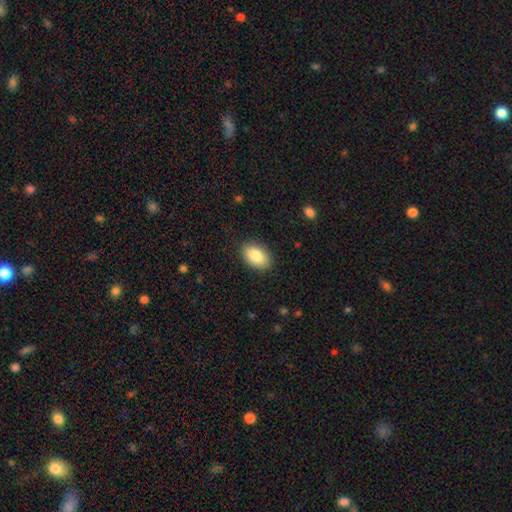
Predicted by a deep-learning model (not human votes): Overall: smooth (86%). How rounded: in between (90%). Merging: none (88%).